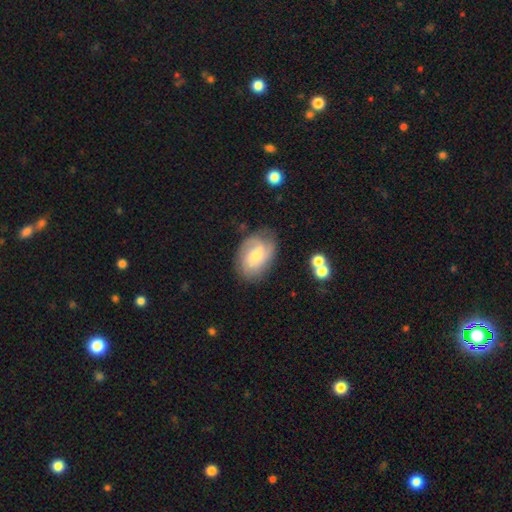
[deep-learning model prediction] A featured or disk galaxy (66%) with no bar (55%), 2 (37%) medium (42%) spiral arms (90%) and a small central bulge (48%).

Vote fractions:
- Smooth or featured? featured or disk: 66% / smooth: 27% / star or artifact: 7%
- Edge-on disk? no: 96% / yes: 4%
- Bar? no: 55% / weak: 39% / strong: 7%
- Spiral arms? yes: 90% / no: 10%
- Spiral winding? medium: 42% / tight: 38% / loose: 20%
- Spiral arm count? 2: 37% / can't tell: 26% / 3: 24% / 1: 6% / 4: 4% / more than 4: 3%
- Bulge size? small: 48% / moderate: 47% / large: 3% / none: 2% / dominant: 1%
- Merging? none: 70% / minor disturbance: 21% / major disturbance: 7% / merger: 2%